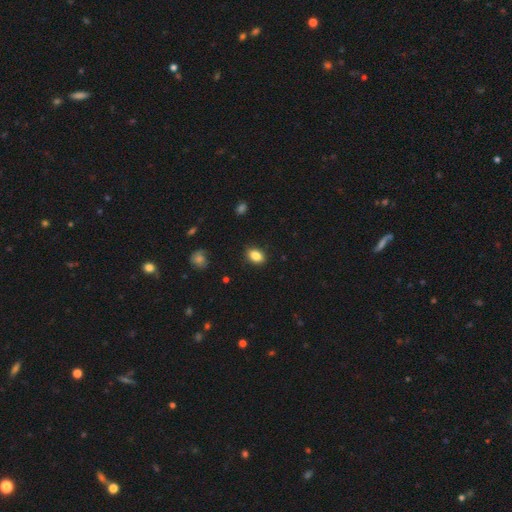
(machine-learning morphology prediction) This appears to be a smooth galaxy with no disk features (86%) that is in between round and cigar-shaped (83%). Merging: none (87%).